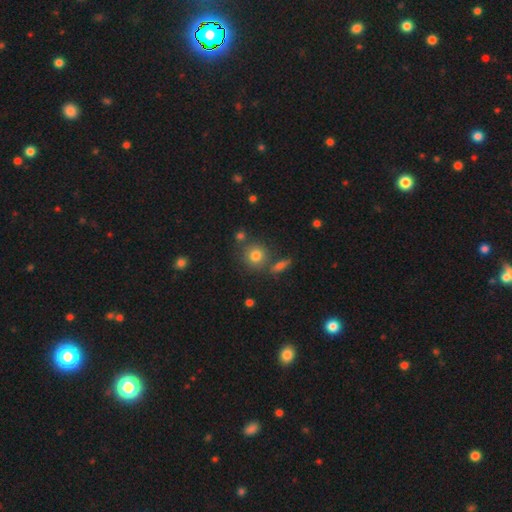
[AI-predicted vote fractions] Overall: smooth (78%). How rounded: round (87%). Merging: none (73%).